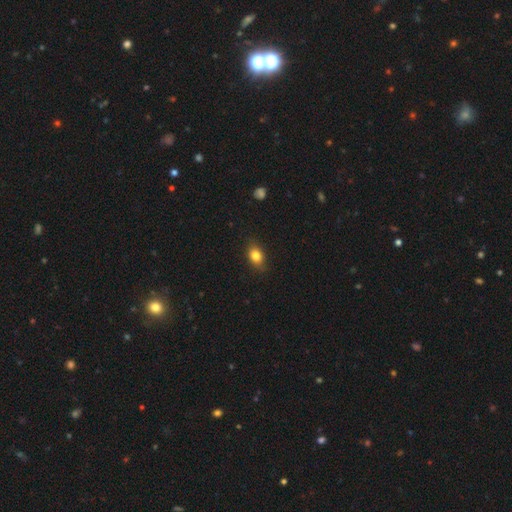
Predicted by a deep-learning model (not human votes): A smooth galaxy with no disk features (82%) that is in between round and cigar-shaped (70%).

Vote fractions:
- Smooth or featured? smooth: 82% / star or artifact: 10% / featured or disk: 8%
- How rounded? in between: 70% / round: 28% / cigar-shaped: 2%
- Merging? none: 83% / minor disturbance: 13% / major disturbance: 3% / merger: 1%